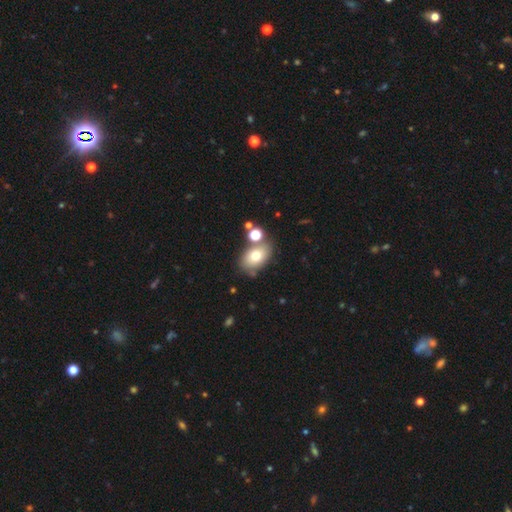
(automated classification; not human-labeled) The model was most divided on "merging": none: 67%, merger: 16%, minor disturbance: 13%, major disturbance: 4%. More confident: how rounded — in between (82%); smooth or featured — smooth (72%).